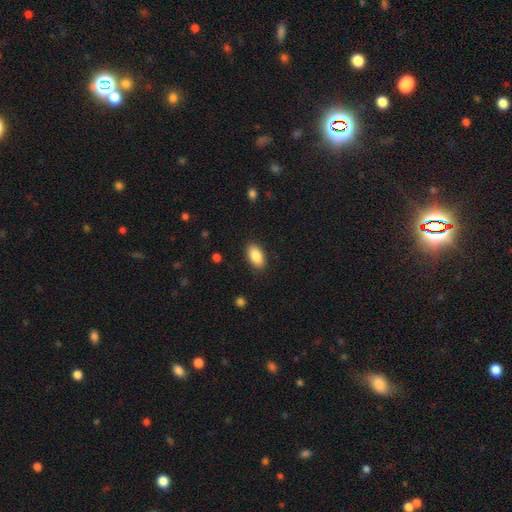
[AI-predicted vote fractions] smooth-or-featured: smooth: 88% | star or artifact: 7% | featured or disk: 6%
  how-rounded: in between: 93% | round: 4% | cigar-shaped: 4%
  merging: none: 88% | minor disturbance: 9% | major disturbance: 2% | merger: 1%